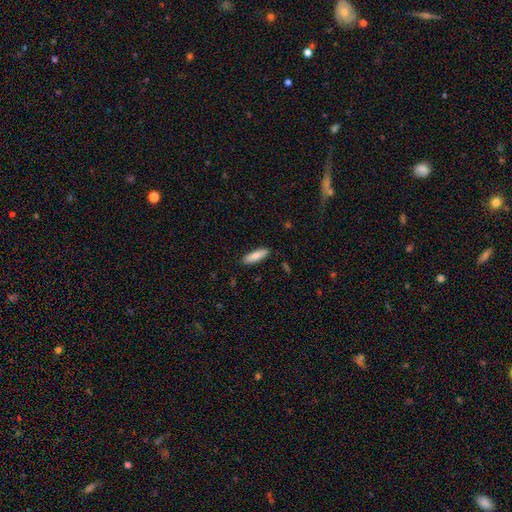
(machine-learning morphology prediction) A smooth galaxy with no disk features (77%) that is cigar-shaped (55%).

Vote fractions:
- Smooth or featured? smooth: 77% / featured or disk: 17% / star or artifact: 6%
- How rounded? cigar-shaped: 55% / in between: 43% / round: 2%
- Merging? none: 89% / minor disturbance: 8% / major disturbance: 2% / merger: 1%